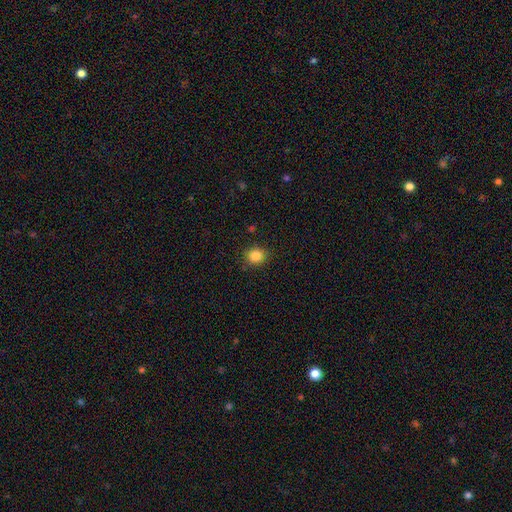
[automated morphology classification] Q: Smooth or featured?
A: smooth (85%); runner-up: star or artifact (11%)
Q: How rounded?
A: round (76%); runner-up: in between (23%)
Q: Merging?
A: none (87%); runner-up: minor disturbance (9%)